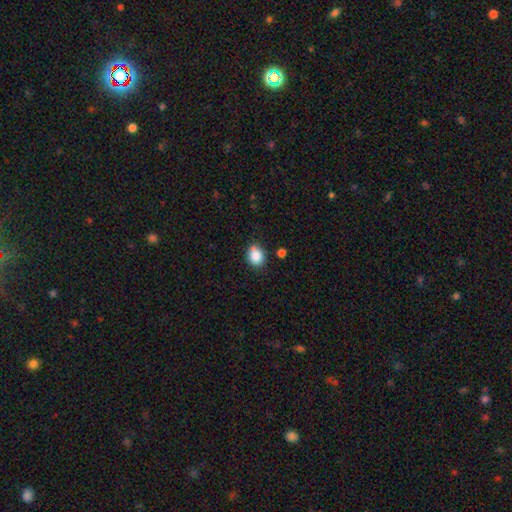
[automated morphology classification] Smooth or featured: smooth — 85% (star or artifact — 10%)
How rounded: round — 61% (in between — 38%)
Merging: none — 69% (minor disturbance — 20%)